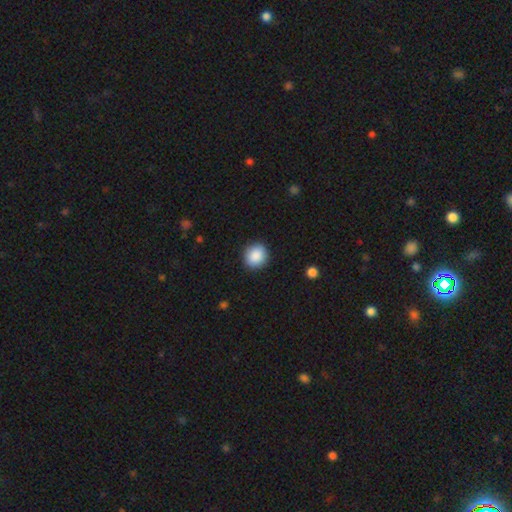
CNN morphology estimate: Q: Smooth or featured?
A: smooth (89%); runner-up: star or artifact (8%)
Q: How rounded?
A: round (83%); runner-up: in between (16%)
Q: Merging?
A: none (90%); runner-up: minor disturbance (7%)